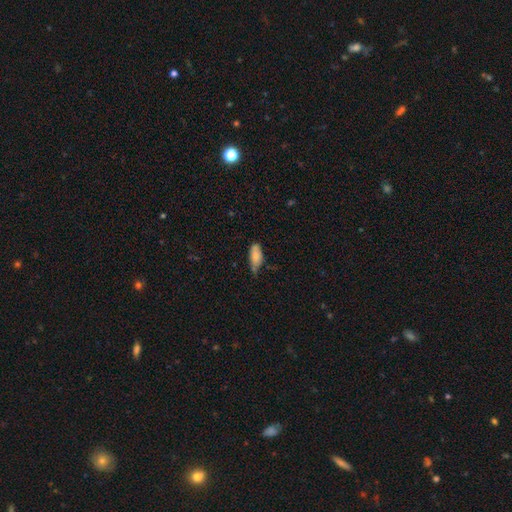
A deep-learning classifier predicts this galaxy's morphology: smooth 79%, featured or disk 13%, star or artifact 7%. Down the decision tree: how rounded — in between (85%); merging — none (47%).